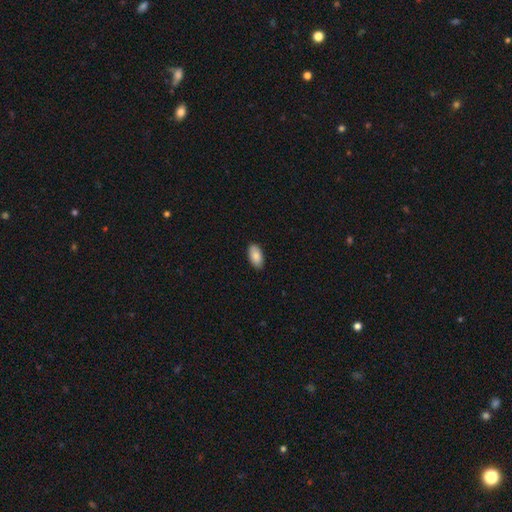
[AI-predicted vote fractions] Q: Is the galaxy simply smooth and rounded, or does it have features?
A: smooth — 86%.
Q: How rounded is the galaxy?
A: in between — 94%.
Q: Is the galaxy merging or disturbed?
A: none — 89%.